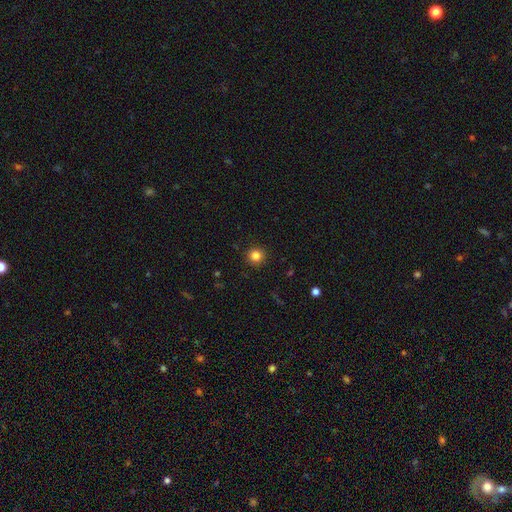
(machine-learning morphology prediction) Smooth or featured? Predicted: smooth (p=0.84). How rounded? Predicted: round (p=0.94). Merging? Predicted: none (p=0.92).